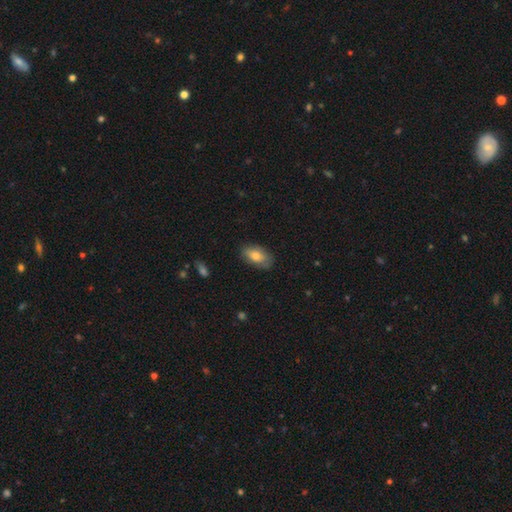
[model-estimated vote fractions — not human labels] A smooth galaxy with no disk features (76%) that is in between round and cigar-shaped (91%). Merging: none (77%).